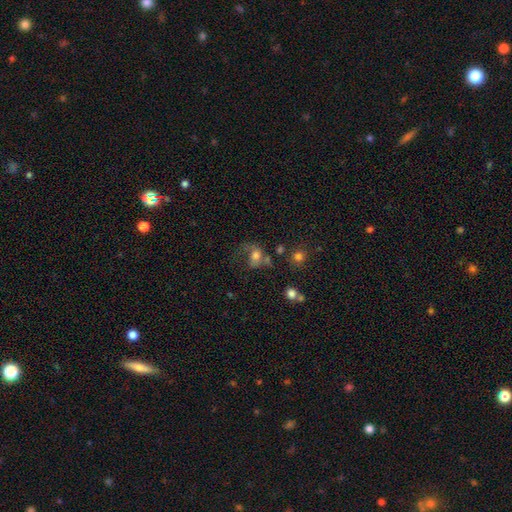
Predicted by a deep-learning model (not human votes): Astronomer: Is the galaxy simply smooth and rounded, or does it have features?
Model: smooth — 44% (runner-up: featured or disk, 37%).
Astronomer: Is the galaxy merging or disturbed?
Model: major disturbance — 38% (runner-up: none, 33%).